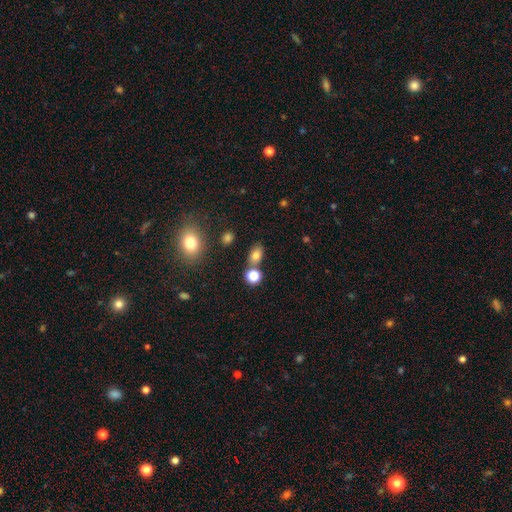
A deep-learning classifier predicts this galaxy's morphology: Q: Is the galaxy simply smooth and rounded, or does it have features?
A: smooth — 78%.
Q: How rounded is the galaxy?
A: in between — 75%.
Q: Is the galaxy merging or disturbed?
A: none — 69%.